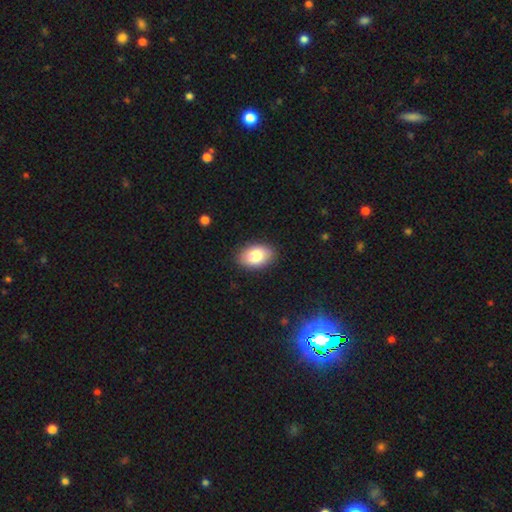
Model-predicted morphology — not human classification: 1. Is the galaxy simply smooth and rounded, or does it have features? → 79% smooth, 13% featured or disk, 7% star or artifact.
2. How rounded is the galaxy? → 89% in between, 10% round, 1% cigar-shaped.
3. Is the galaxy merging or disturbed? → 88% none, 9% minor disturbance, 2% major disturbance, 1% merger.